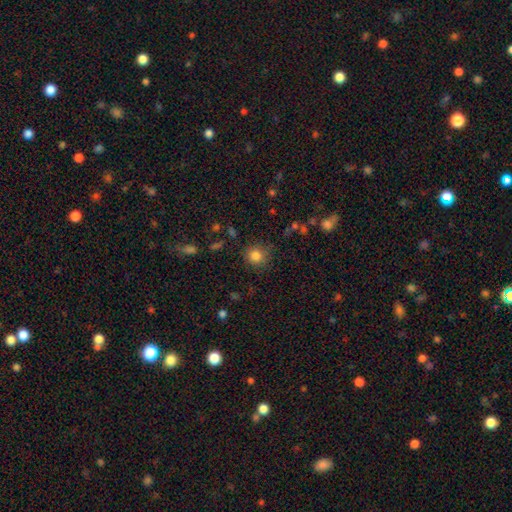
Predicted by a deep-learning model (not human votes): This appears to be a smooth galaxy with no disk features (83%) that is round (91%). Merging: none (84%).